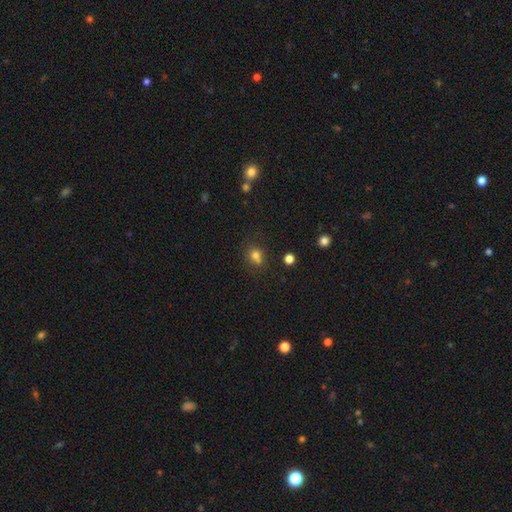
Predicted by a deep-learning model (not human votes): This is likely a smooth galaxy (74%). How rounded: likely round (70%). Merging: possibly none (53%).